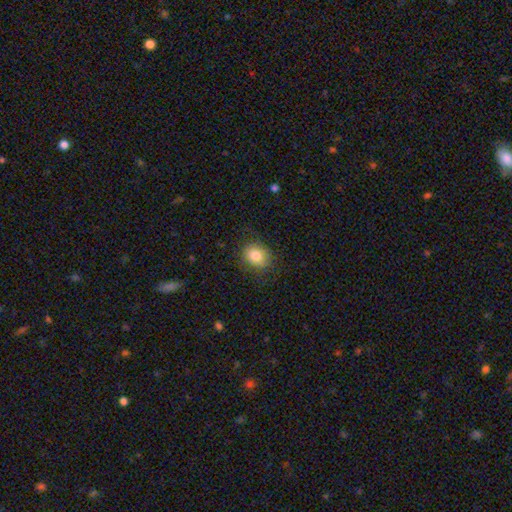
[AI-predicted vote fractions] This is clearly a smooth galaxy (83%). How rounded: possibly round (53%). Merging: clearly none (81%).